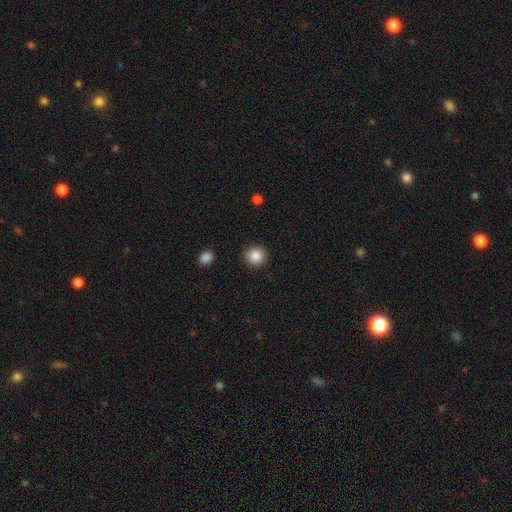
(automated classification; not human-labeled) A smooth galaxy with no disk features (86%) that is round (93%).

Vote fractions:
- Smooth or featured? smooth: 86% / star or artifact: 9% / featured or disk: 4%
- How rounded? round: 93% / in between: 6% / cigar-shaped: 1%
- Merging? none: 91% / minor disturbance: 6% / major disturbance: 2% / merger: 1%